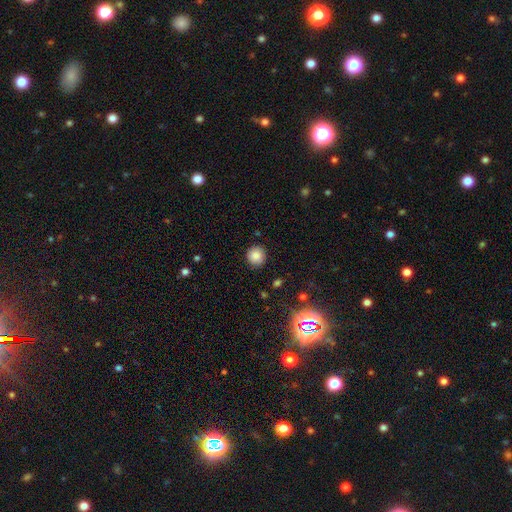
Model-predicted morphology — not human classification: A smooth galaxy with no disk features (85%) that is round (92%).

Vote fractions:
- Smooth or featured? smooth: 85% / star or artifact: 11% / featured or disk: 5%
- How rounded? round: 92% / in between: 7% / cigar-shaped: 1%
- Merging? none: 89% / minor disturbance: 7% / major disturbance: 2% / merger: 1%